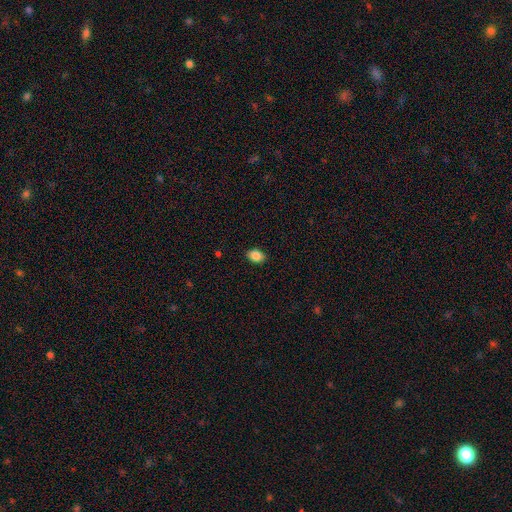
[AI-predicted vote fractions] Morphology: type=smooth (87%); roundness=in between (79%); merging=none (89%).